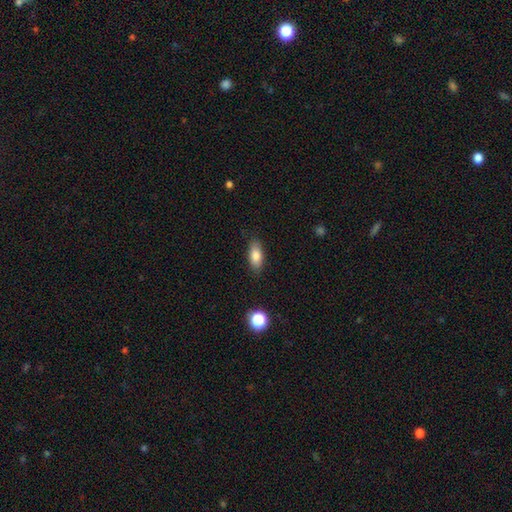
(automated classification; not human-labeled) This is clearly a smooth galaxy (82%). How rounded: clearly in between (82%). Merging: clearly none (87%).